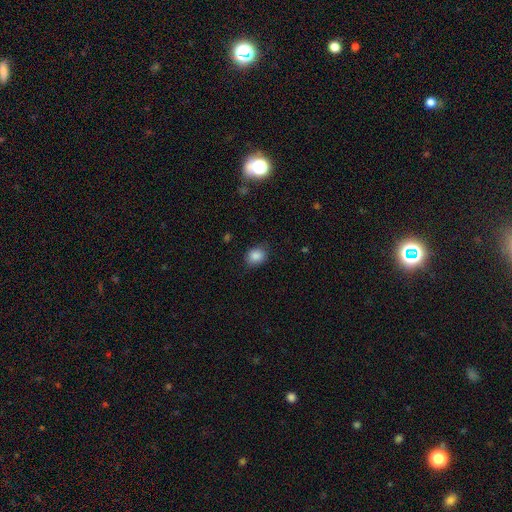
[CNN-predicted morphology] Smooth or featured?
  - smooth: 86% *
  - star or artifact: 9%
  - featured or disk: 5%
How rounded?
  - round: 53% *
  - in between: 46%
  - cigar-shaped: 1%
Merging?
  - none: 80% *
  - minor disturbance: 16%
  - major disturbance: 4%
  - merger: 1%